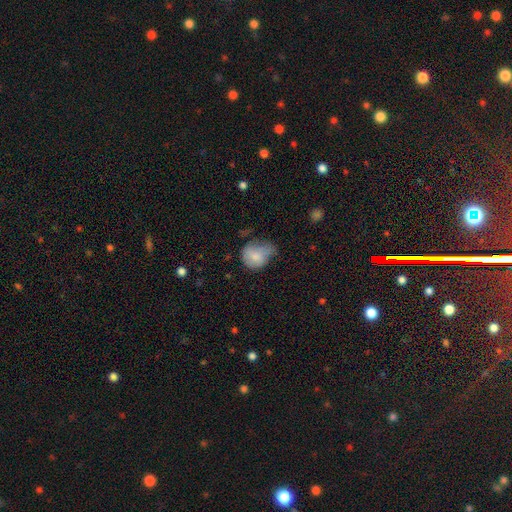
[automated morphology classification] type=smooth (74%); roundness=round (55%); merging=minor disturbance (43%).